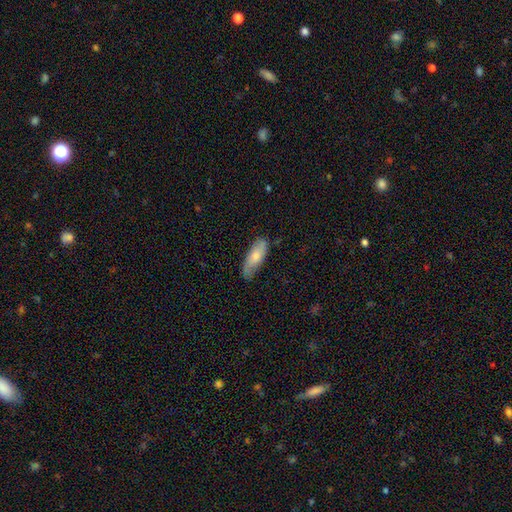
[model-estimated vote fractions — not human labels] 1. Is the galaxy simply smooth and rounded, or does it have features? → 71% smooth, 23% featured or disk, 5% star or artifact.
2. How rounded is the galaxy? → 66% in between, 32% cigar-shaped, 2% round.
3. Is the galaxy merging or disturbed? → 71% none, 23% minor disturbance, 4% major disturbance, 1% merger.